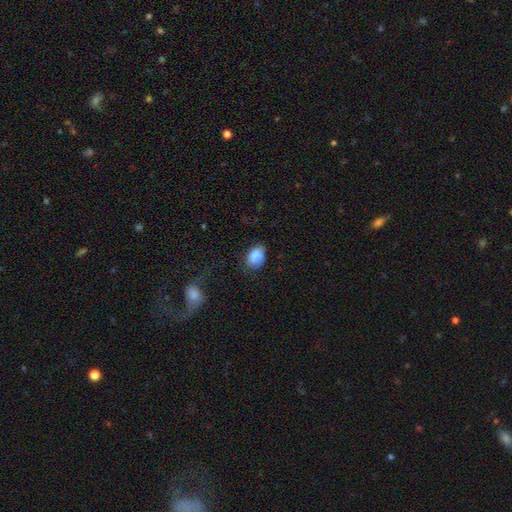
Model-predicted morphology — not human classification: Smooth or featured?
  - smooth: 83% *
  - star or artifact: 8%
  - featured or disk: 8%
How rounded?
  - in between: 73% *
  - round: 26%
  - cigar-shaped: 1%
Merging?
  - none: 63% *
  - minor disturbance: 26%
  - major disturbance: 8%
  - merger: 3%